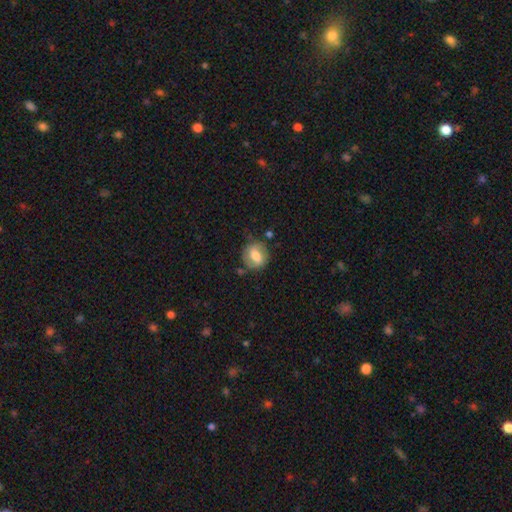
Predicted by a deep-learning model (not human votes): Smooth or featured?
  - smooth: 55% *
  - featured or disk: 37%
  - star or artifact: 8%
How rounded?
  - round: 65% *
  - in between: 33%
  - cigar-shaped: 1%
Merging?
  - none: 68% *
  - minor disturbance: 20%
  - major disturbance: 7%
  - merger: 5%